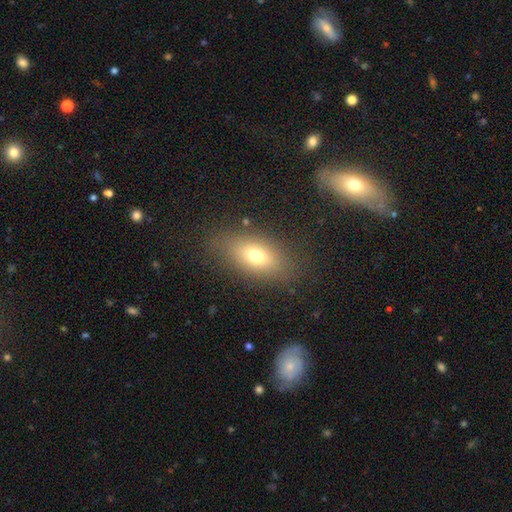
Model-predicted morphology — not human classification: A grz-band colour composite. It shows a smooth galaxy with no disk features (70%) that is in between round and cigar-shaped (83%). Merging: none (82%).